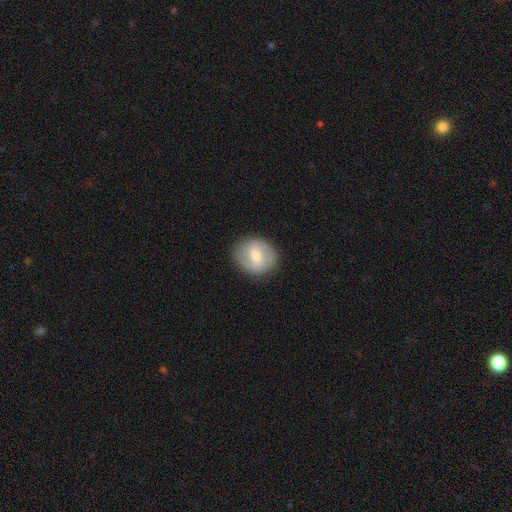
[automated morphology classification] A featured or disk galaxy (47%). Merging: none (87%).